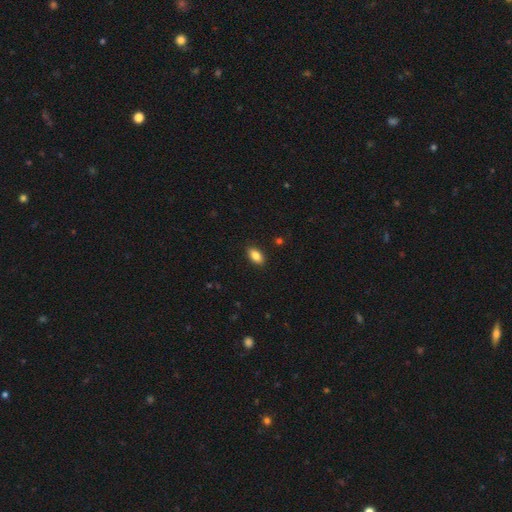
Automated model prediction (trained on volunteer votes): Smooth or featured?
  - smooth: 86% *
  - star or artifact: 8%
  - featured or disk: 7%
How rounded?
  - in between: 91% *
  - round: 5%
  - cigar-shaped: 4%
Merging?
  - none: 89% *
  - minor disturbance: 8%
  - major disturbance: 2%
  - merger: 1%